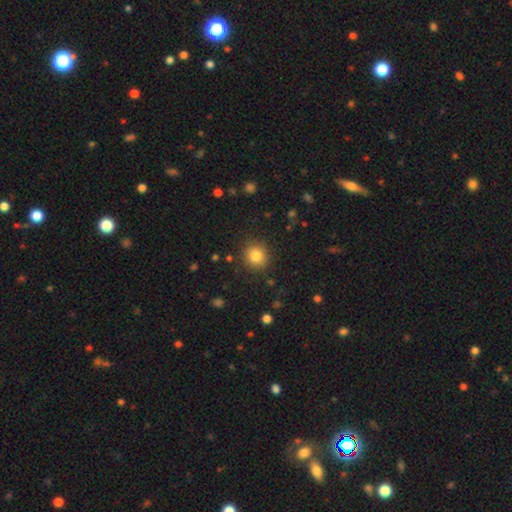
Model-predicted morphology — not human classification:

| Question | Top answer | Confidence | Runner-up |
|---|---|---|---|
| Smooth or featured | smooth | 83% | star or artifact (11%) |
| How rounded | round | 85% | in between (14%) |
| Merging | none | 88% | minor disturbance (8%) |